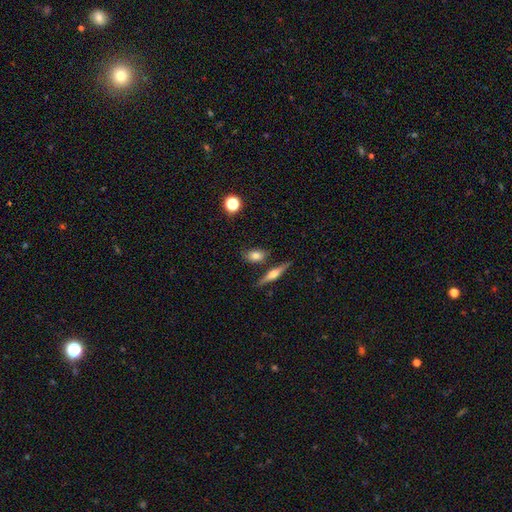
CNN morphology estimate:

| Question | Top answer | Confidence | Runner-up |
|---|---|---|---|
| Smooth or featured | smooth | 71% | featured or disk (20%) |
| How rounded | in between | 73% | round (17%) |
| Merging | none | 75% | minor disturbance (13%) |